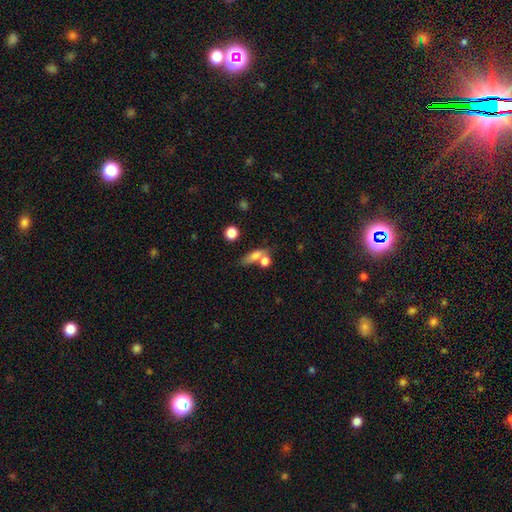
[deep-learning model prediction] Smooth or featured? smooth (72%)
How rounded? in between (50%)
Merging? none (46%)